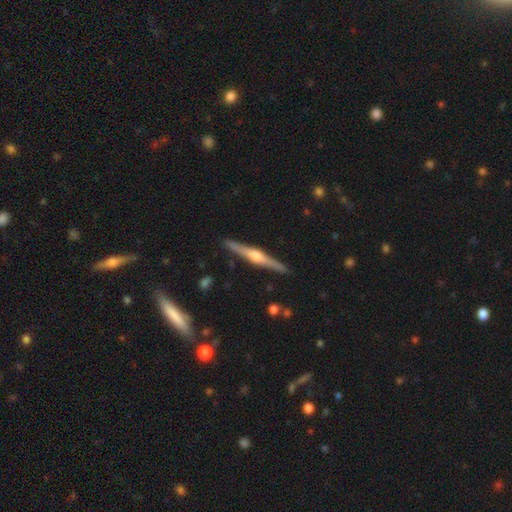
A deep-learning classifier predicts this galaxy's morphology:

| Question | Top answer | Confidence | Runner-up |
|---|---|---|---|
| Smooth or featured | featured or disk | 79% | smooth (16%) |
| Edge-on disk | yes | 98% | no (2%) |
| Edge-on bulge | rounded | 90% | boxy (7%) |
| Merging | none | 91% | minor disturbance (6%) |